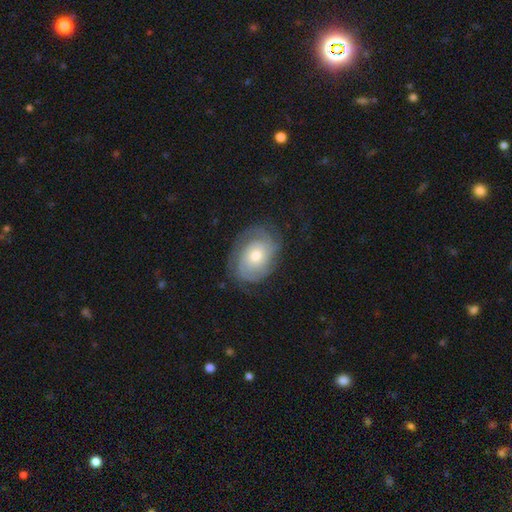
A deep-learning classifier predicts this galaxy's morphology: The model was most divided on "spiral arm count": 2: 34%, can't tell: 32%, 3: 17%, 4: 6%, 1: 5%, more than 4: 4%. More confident: edge-on disk — no (97%); spiral arms — yes (92%); bar — no (79%); smooth or featured — featured or disk (76%); merging — none (74%); spiral winding — tight (66%); bulge size — moderate (59%).